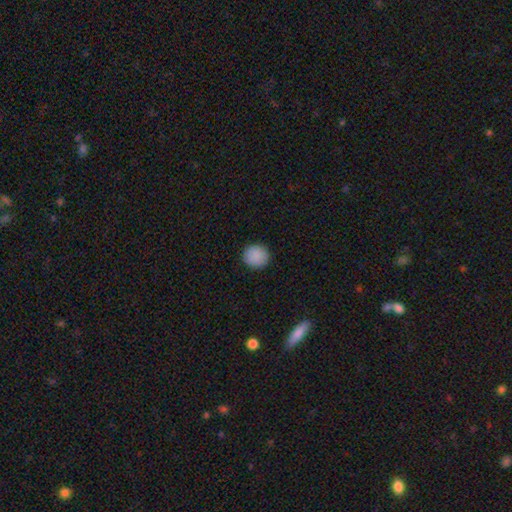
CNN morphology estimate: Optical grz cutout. It shows a smooth galaxy with no disk features (89%) that is round (93%). Merging: none (92%).